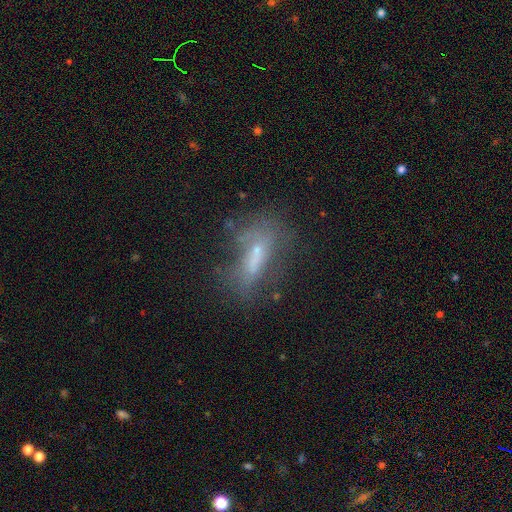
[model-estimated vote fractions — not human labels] Smooth or featured? smooth (44%)
Merging? none (46%)